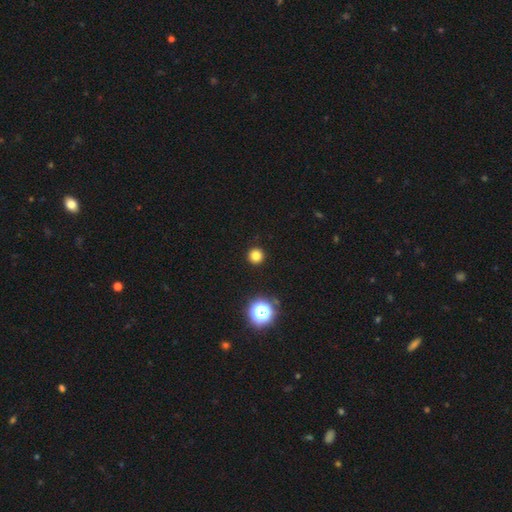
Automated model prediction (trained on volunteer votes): smooth_or_featured: smooth (p=0.79) [alt: star or artifact p=0.16]
how_rounded: round (p=0.96) [alt: in between p=0.03]
merging: none (p=0.94) [alt: minor disturbance p=0.04]